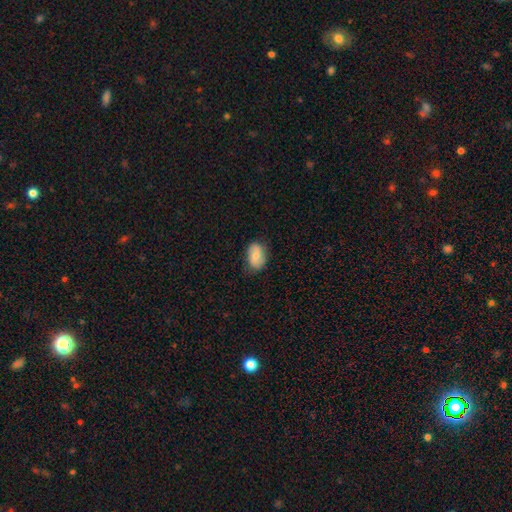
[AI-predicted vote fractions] Smooth or featured? Predicted: smooth (p=0.67). How rounded? Predicted: in between (p=0.86). Merging? Predicted: none (p=0.77).